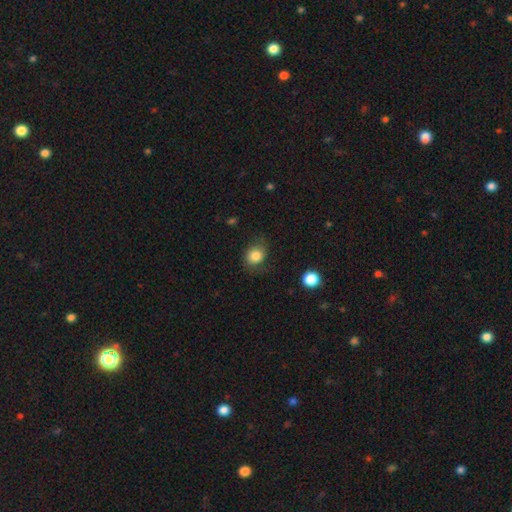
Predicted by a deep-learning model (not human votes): This is clearly a smooth galaxy (81%). How rounded: likely round (63%). Merging: likely none (67%).